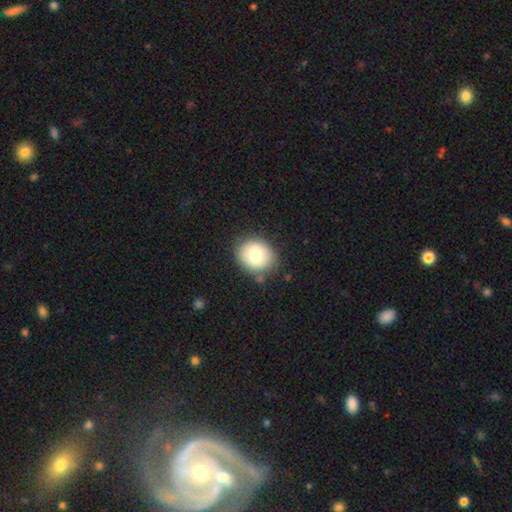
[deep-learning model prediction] Morphology: type=smooth (77%); roundness=round (63%); merging=none (80%).